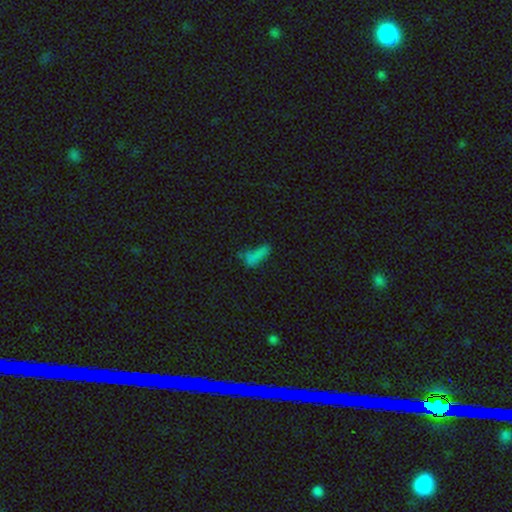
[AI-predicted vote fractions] The model was most divided on "how rounded": in between: 51%, cigar-shaped: 44%, round: 6%. Remaining: smooth or featured — smooth (68%); merging — none (41%).